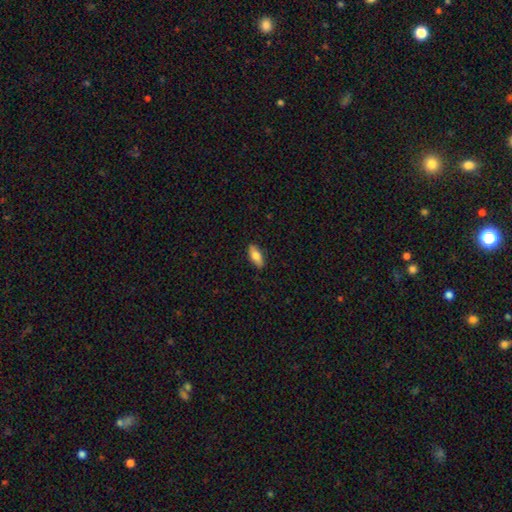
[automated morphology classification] The model was most divided on "smooth or featured": smooth: 78%, featured or disk: 16%, star or artifact: 6%. More confident: merging — none (86%); how rounded — in between (81%).